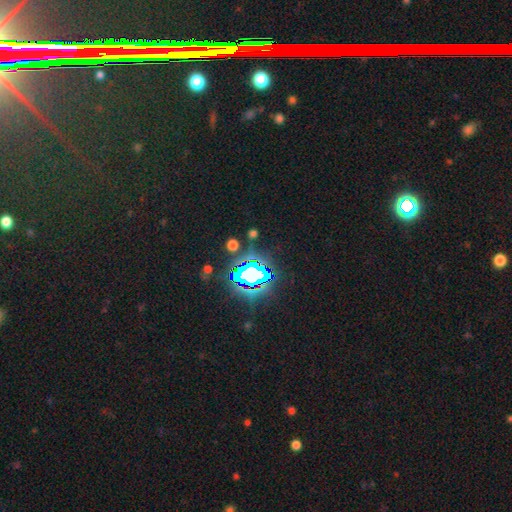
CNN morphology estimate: Q: Smooth or featured?
A: star or artifact (82%); runner-up: smooth (11%)